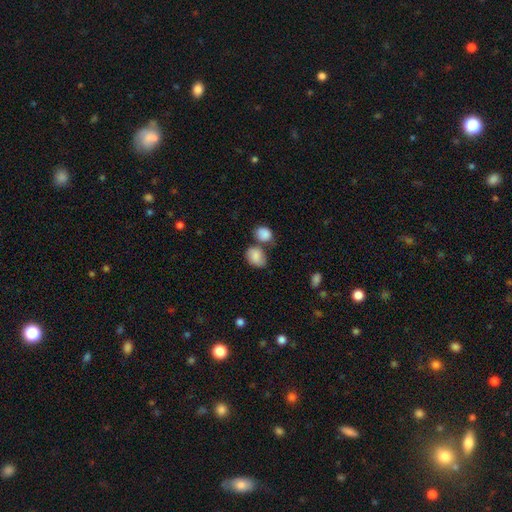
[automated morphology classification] The model was most divided on "merging": none: 42%, merger: 36%, minor disturbance: 16%, major disturbance: 6%. More confident: smooth or featured — smooth (82%); how rounded — in between (69%).